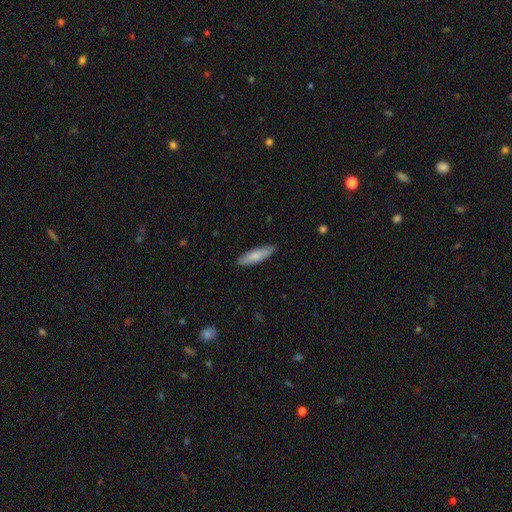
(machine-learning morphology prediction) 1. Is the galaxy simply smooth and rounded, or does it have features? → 78% smooth, 17% featured or disk, 5% star or artifact.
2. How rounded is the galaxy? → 64% cigar-shaped, 34% in between, 2% round.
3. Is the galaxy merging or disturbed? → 87% none, 10% minor disturbance, 2% major disturbance, 1% merger.